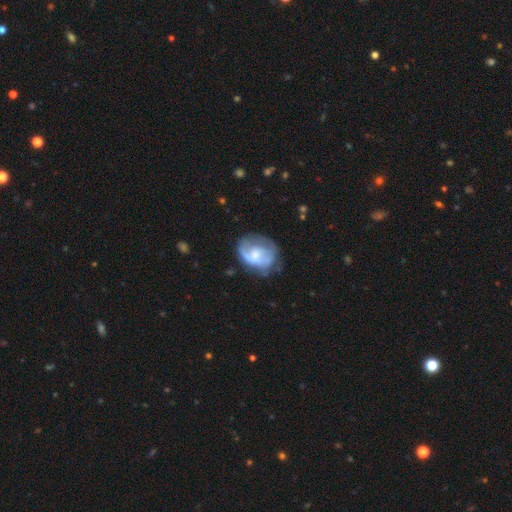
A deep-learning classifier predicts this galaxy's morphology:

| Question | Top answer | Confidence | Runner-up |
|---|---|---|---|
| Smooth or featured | featured or disk | 59% | smooth (33%) |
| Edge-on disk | no | 97% | yes (3%) |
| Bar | no | 58% | weak (35%) |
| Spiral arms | yes | 75% | no (25%) |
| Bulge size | small | 38% | moderate (34%) |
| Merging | none | 48% | minor disturbance (27%) |